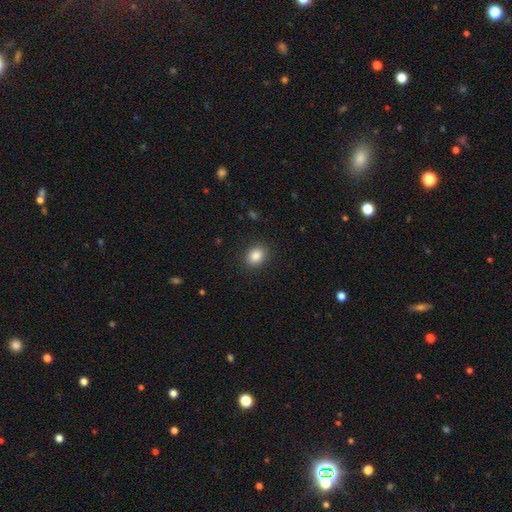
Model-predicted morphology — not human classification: This is clearly a smooth galaxy (86%). How rounded: possibly round (50%). Merging: clearly none (89%).